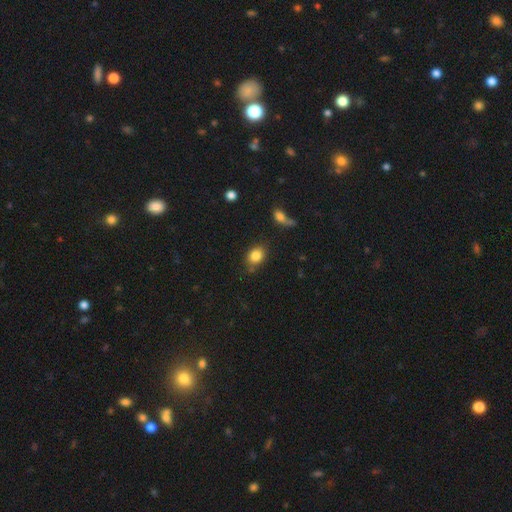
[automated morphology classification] A smooth galaxy with no disk features (84%) that is in between round and cigar-shaped (57%). Merging: none (73%).